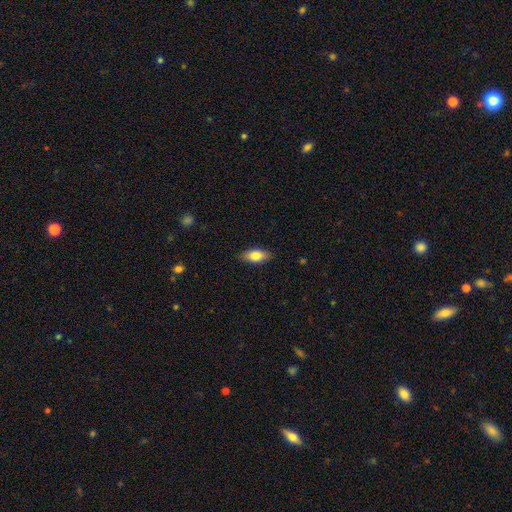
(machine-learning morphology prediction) Smooth or featured? Predicted: smooth (p=0.77). How rounded? Predicted: in between (p=0.83). Merging? Predicted: none (p=0.87).